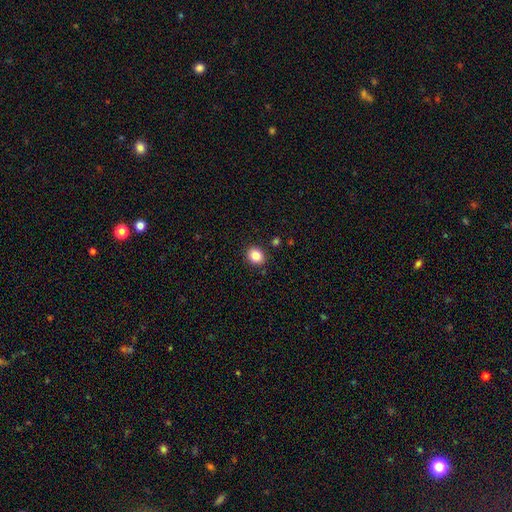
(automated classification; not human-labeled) Smooth or featured? Predicted: smooth (p=0.84). How rounded? Predicted: round (p=0.63). Merging? Predicted: none (p=0.89).